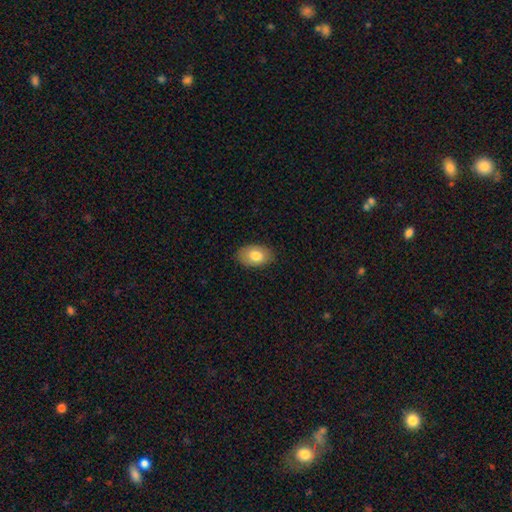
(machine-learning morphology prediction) smooth 79%, featured or disk 14%, star or artifact 7%. Down the decision tree: how rounded — in between (89%); merging — none (85%).